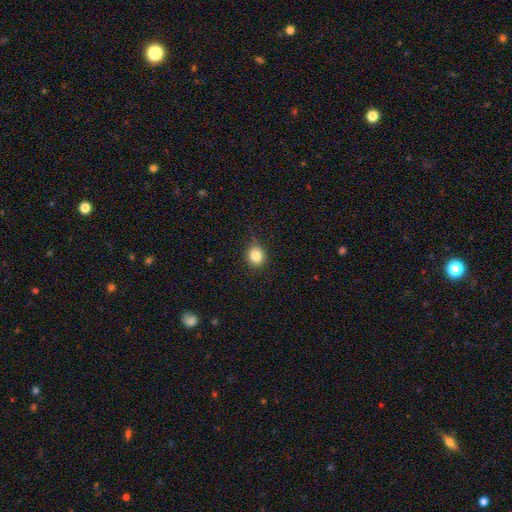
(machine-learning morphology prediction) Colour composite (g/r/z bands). It shows a smooth galaxy with no disk features (84%) that is round (82%). Merging: none (85%).